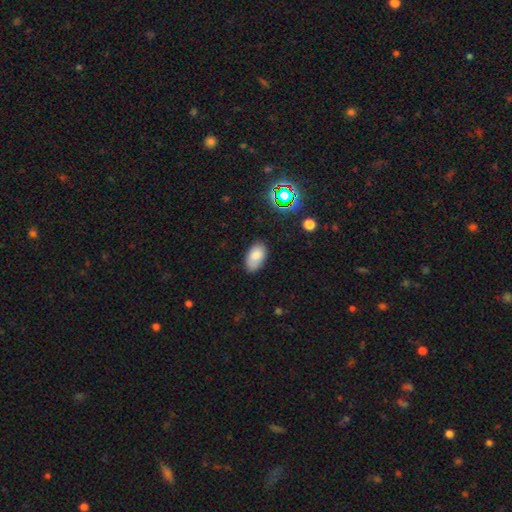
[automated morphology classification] Q: Smooth or featured?
A: smooth (82%); runner-up: star or artifact (10%)
Q: How rounded?
A: in between (93%); runner-up: round (5%)
Q: Merging?
A: none (75%); runner-up: minor disturbance (19%)